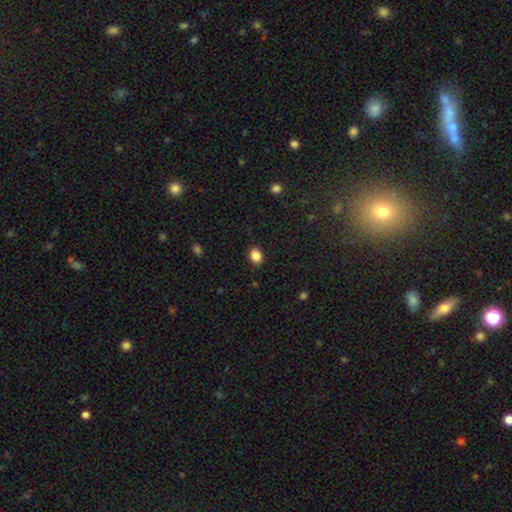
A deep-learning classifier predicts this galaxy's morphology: Smooth or featured? Predicted: smooth (p=0.86). How rounded? Predicted: in between (p=0.61). Merging? Predicted: none (p=0.89).